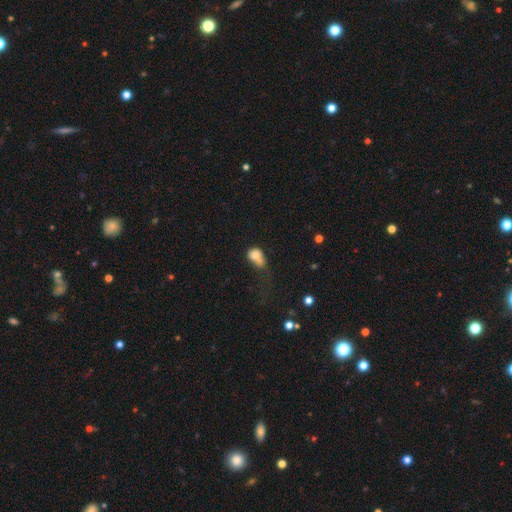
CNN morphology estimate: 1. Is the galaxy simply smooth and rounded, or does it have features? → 73% smooth, 16% featured or disk, 11% star or artifact.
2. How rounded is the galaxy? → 58% in between, 40% round, 2% cigar-shaped.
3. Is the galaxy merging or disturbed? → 31% merger, 27% major disturbance, 21% minor disturbance, 20% none.